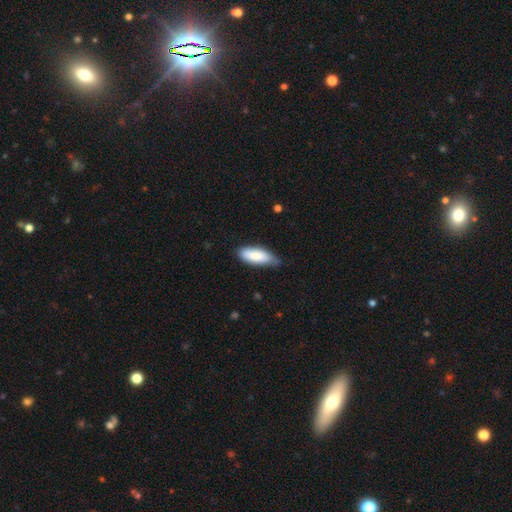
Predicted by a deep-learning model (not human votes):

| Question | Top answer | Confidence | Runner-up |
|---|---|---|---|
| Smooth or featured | smooth | 83% | featured or disk (12%) |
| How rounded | in between | 73% | cigar-shaped (26%) |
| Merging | none | 68% | minor disturbance (27%) |